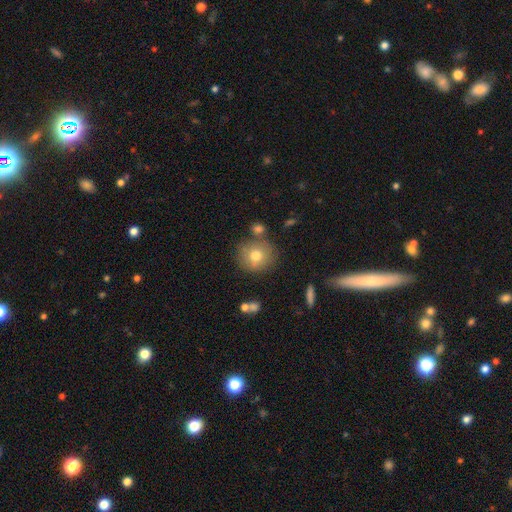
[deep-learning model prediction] smooth 72%, featured or disk 17%, star or artifact 10%. Down the decision tree: how rounded — round (88%); merging — none (72%).